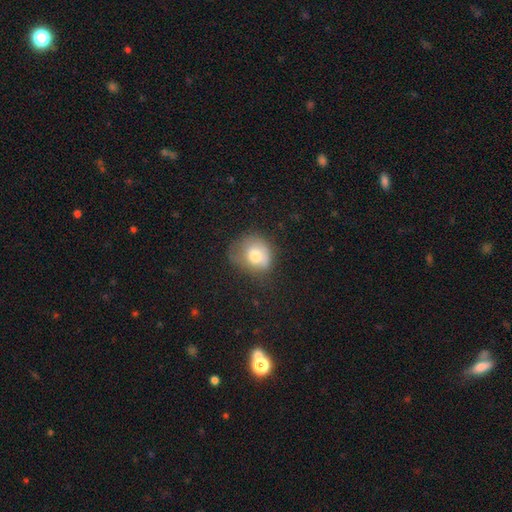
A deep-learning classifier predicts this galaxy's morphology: Smooth or featured?
  - smooth: 71% *
  - featured or disk: 19%
  - star or artifact: 10%
How rounded?
  - round: 61% *
  - in between: 38%
  - cigar-shaped: 1%
Merging?
  - none: 45% *
  - minor disturbance: 34%
  - major disturbance: 18%
  - merger: 3%